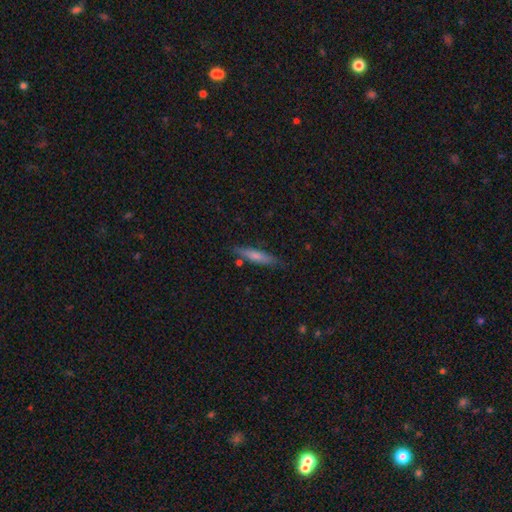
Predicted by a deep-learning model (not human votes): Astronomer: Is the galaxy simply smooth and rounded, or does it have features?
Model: smooth — 68%.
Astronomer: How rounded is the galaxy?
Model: cigar-shaped — 84%.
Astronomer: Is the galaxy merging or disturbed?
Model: none — 80%.